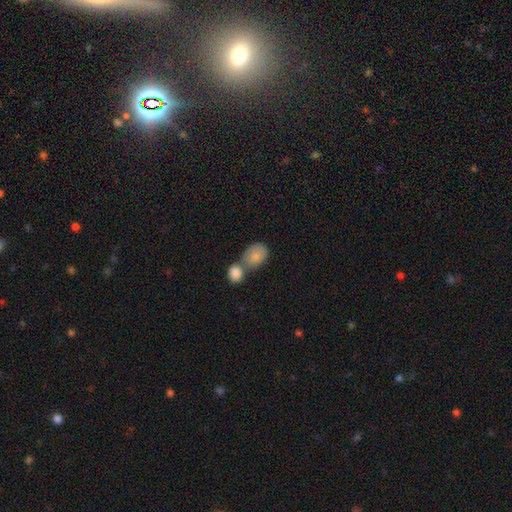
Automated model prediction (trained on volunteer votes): A smooth galaxy with no disk features (81%) that is in between round and cigar-shaped (70%).

Vote fractions:
- Smooth or featured? smooth: 81% / featured or disk: 12% / star or artifact: 7%
- How rounded? in between: 70% / round: 29% / cigar-shaped: 1%
- Merging? merger: 56% / none: 29% / minor disturbance: 11% / major disturbance: 5%